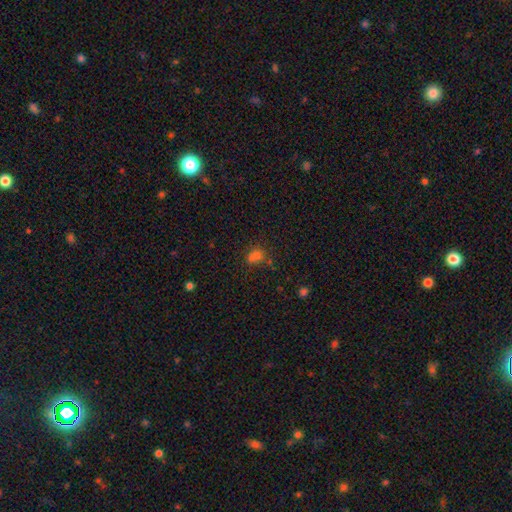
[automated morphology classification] smooth 63%, star or artifact 25%, featured or disk 12%. Down the decision tree: how rounded — round (73%); merging — none (45%).